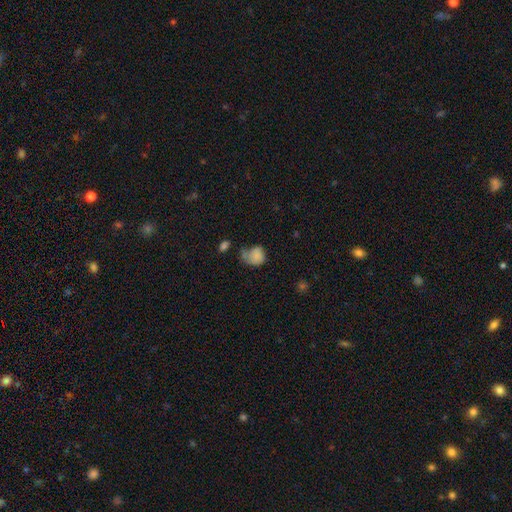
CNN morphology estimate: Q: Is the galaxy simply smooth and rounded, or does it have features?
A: smooth — 74%.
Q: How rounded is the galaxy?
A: in between — 50%.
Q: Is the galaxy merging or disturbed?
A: none — 31%.